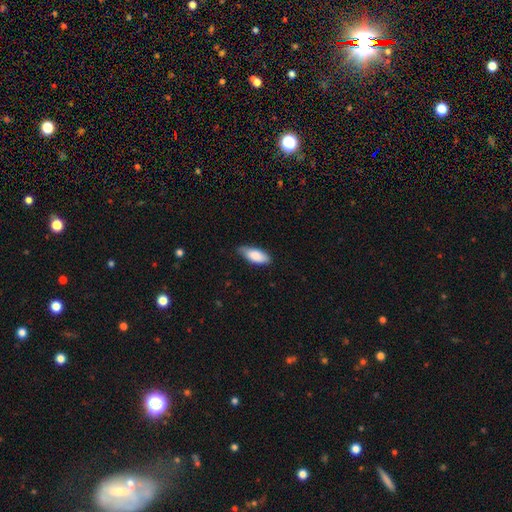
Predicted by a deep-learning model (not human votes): Smooth or featured? smooth (85%)
How rounded? in between (83%)
Merging? none (74%)